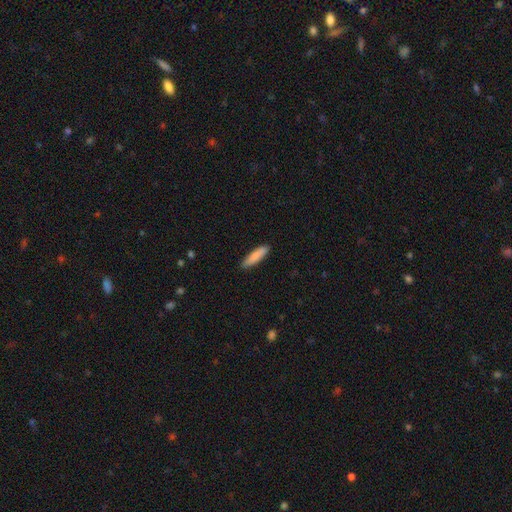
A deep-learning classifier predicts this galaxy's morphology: Overall: smooth (85%). How rounded: cigar-shaped (77%). Merging: none (87%).